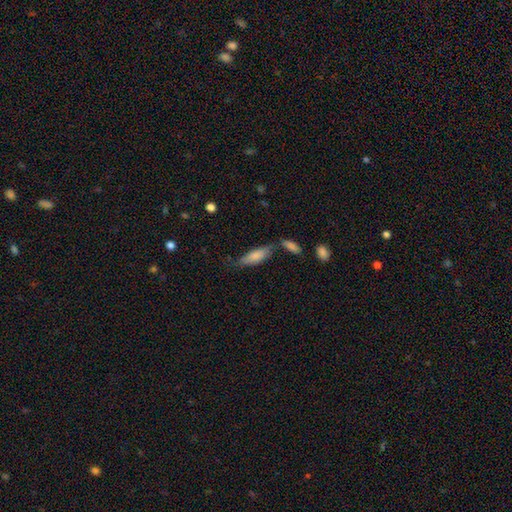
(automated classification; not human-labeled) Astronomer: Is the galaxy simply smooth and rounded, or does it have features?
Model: smooth — 78%.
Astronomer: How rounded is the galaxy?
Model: in between — 59% (runner-up: cigar-shaped, 39%).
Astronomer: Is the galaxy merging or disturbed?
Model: none — 51%.